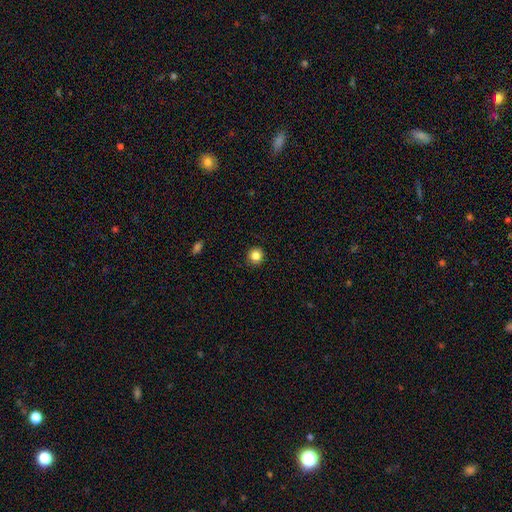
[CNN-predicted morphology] This is clearly a smooth galaxy (85%). How rounded: clearly round (94%). Merging: clearly none (92%).